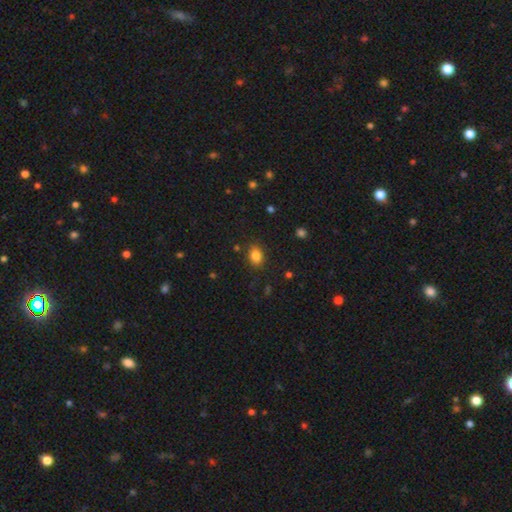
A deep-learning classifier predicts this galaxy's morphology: Smooth or featured? Predicted: smooth (p=0.83). How rounded? Predicted: in between (p=0.62). Merging? Predicted: none (p=0.85).